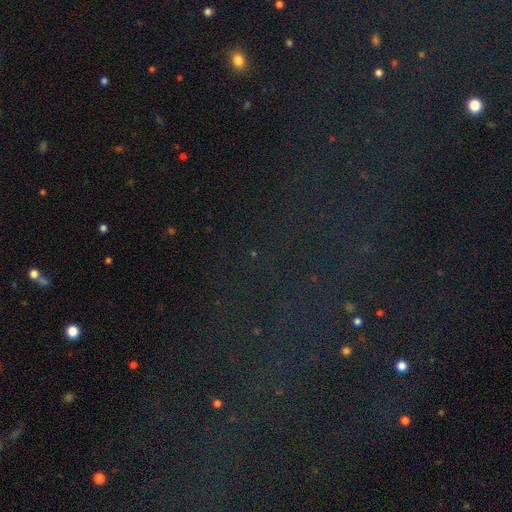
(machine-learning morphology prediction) The model was most divided on "smooth or featured": star or artifact: 80%, smooth: 12%, featured or disk: 9%.